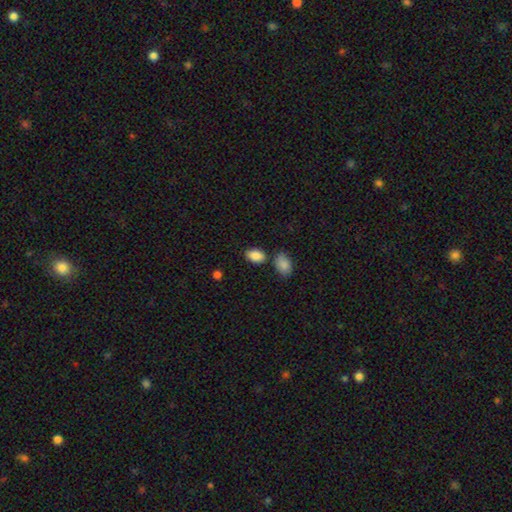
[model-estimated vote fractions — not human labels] smooth-or-featured: smooth: 88% | star or artifact: 8% | featured or disk: 4%
  how-rounded: in between: 89% | round: 9% | cigar-shaped: 1%
  merging: none: 72% | minor disturbance: 15% | merger: 10% | major disturbance: 3%